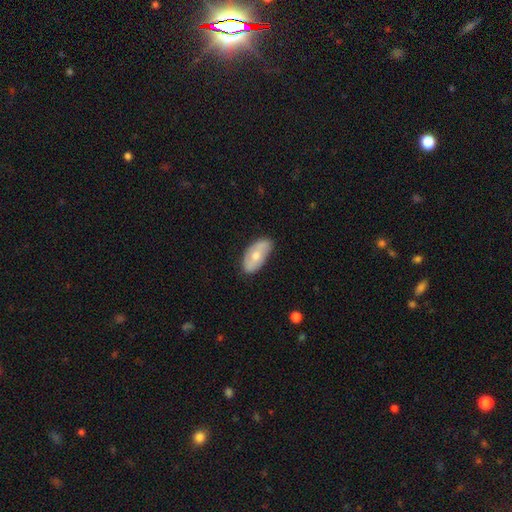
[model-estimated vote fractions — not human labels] A smooth galaxy with no disk features (58%) that is in between round and cigar-shaped (93%).

Vote fractions:
- Smooth or featured? smooth: 58% / featured or disk: 36% / star or artifact: 6%
- How rounded? in between: 93% / cigar-shaped: 4% / round: 4%
- Merging? none: 75% / minor disturbance: 20% / major disturbance: 4% / merger: 1%